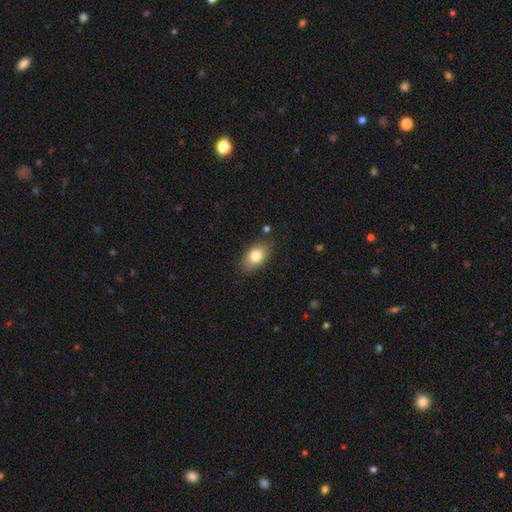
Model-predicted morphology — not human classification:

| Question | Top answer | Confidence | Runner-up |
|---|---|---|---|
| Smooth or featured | smooth | 80% | featured or disk (12%) |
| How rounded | in between | 88% | round (10%) |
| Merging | none | 83% | minor disturbance (12%) |